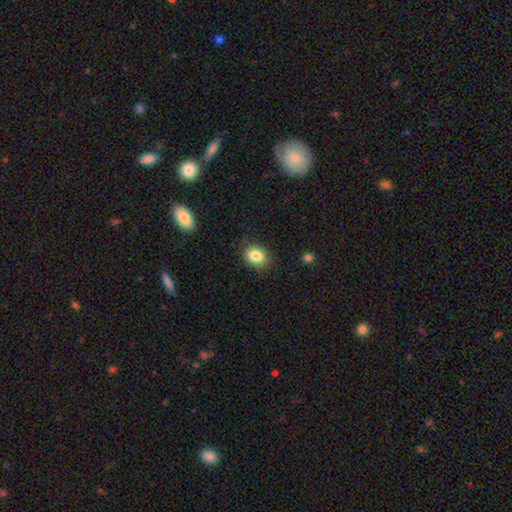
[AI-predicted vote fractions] Smooth or featured: smooth — 84% (star or artifact — 9%)
How rounded: in between — 60% (round — 39%)
Merging: none — 85% (minor disturbance — 11%)